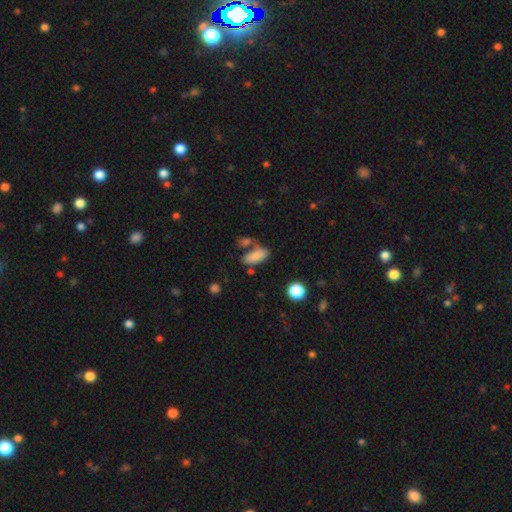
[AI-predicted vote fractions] Smooth or featured? smooth (83%)
How rounded? in between (82%)
Merging? none (52%)